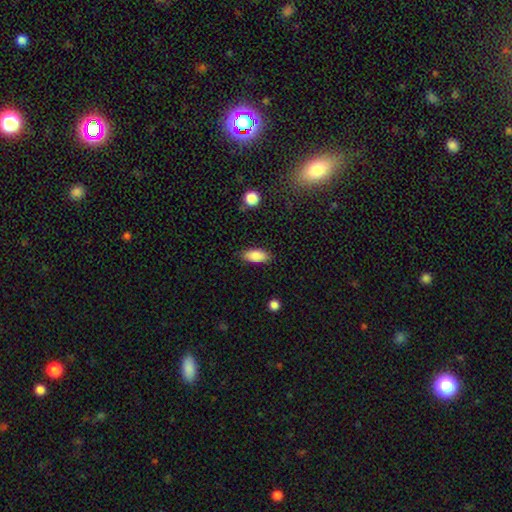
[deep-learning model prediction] A smooth galaxy with no disk features (86%) that is in between round and cigar-shaped (88%). Merging: none (84%).